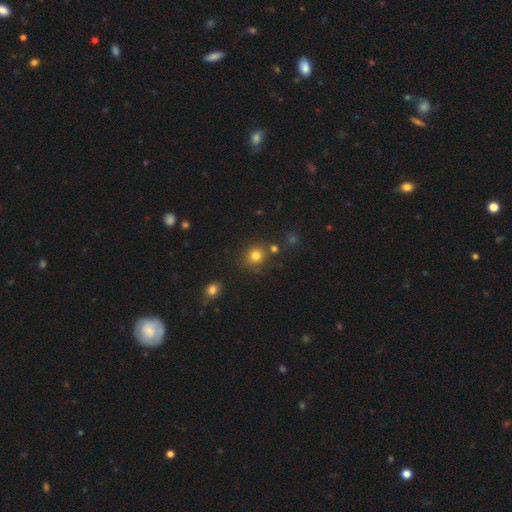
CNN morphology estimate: A smooth galaxy with no disk features (80%) that is round (82%). Merging: none (78%).